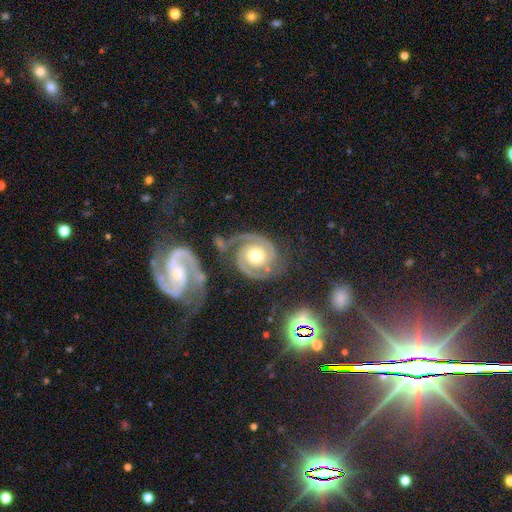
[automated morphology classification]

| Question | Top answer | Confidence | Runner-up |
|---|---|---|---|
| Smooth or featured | featured or disk | 91% | star or artifact (5%) |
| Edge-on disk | no | 98% | yes (2%) |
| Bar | no | 74% | weak (17%) |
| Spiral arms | yes | 98% | no (2%) |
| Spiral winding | tight | 61% | medium (34%) |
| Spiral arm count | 2 | 93% | 3 (2%) |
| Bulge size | moderate | 71% | small (14%) |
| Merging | none | 66% | minor disturbance (16%) |